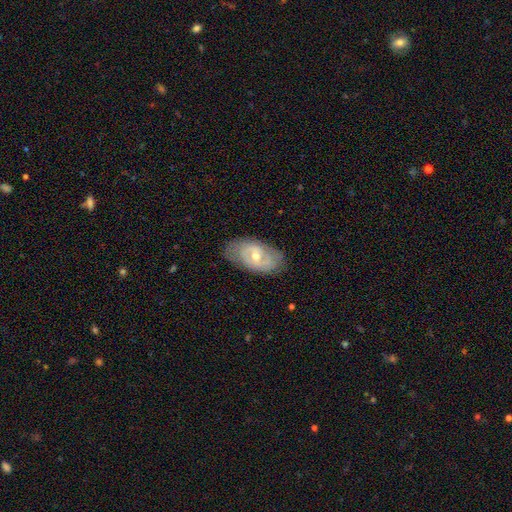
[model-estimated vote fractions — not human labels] A featured or disk galaxy (70%) with a weak bar (48%), spiral arms (72%) and a moderate central bulge (51%). Merging: none (77%).